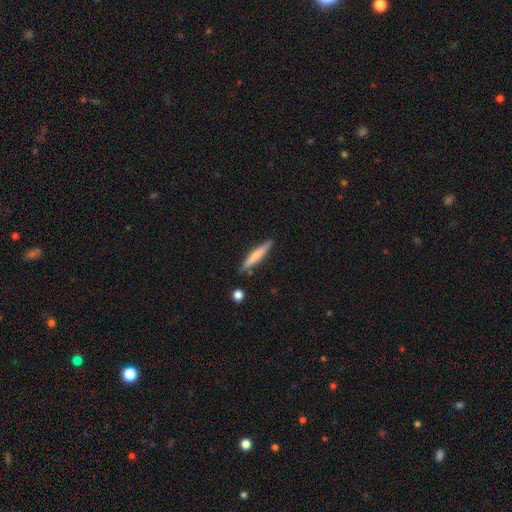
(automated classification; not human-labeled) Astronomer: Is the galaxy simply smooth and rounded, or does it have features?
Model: smooth — 63%.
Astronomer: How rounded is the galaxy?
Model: cigar-shaped — 93%.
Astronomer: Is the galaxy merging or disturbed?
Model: none — 85%.